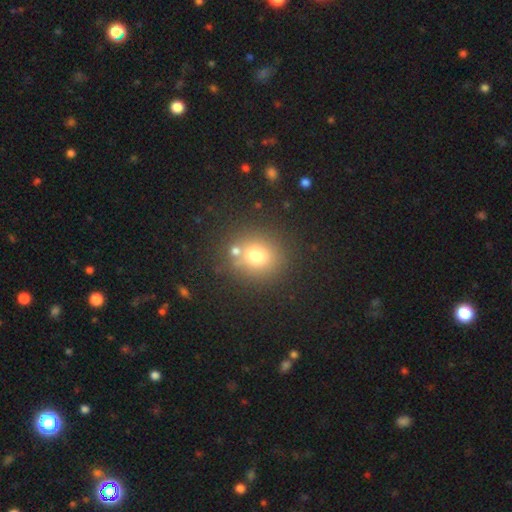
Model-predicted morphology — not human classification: Overall: smooth (72%). How rounded: round (81%). Merging: none (71%).